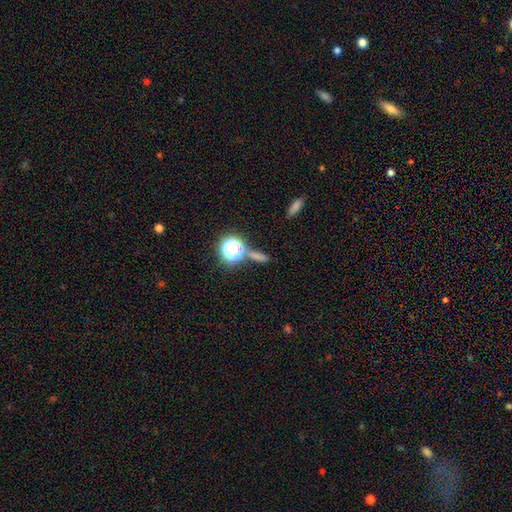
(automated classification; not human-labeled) A star or artifact, not a galaxy (52%).